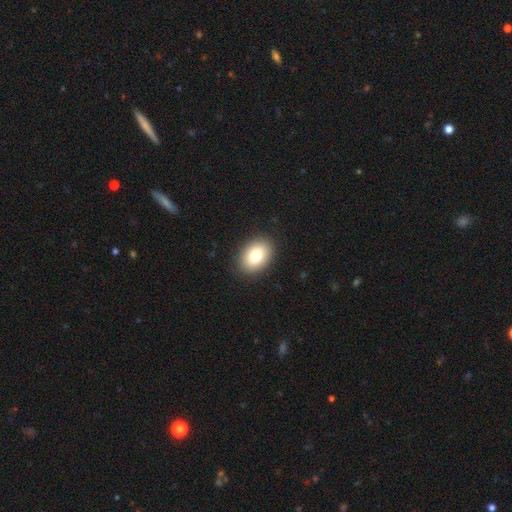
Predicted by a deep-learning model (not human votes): The model was most divided on "how rounded": in between: 76%, round: 23%, cigar-shaped: 1%. More confident: merging — none (90%); smooth or featured — smooth (79%).